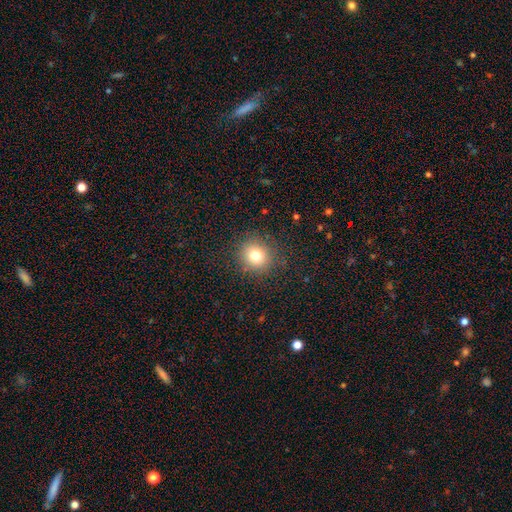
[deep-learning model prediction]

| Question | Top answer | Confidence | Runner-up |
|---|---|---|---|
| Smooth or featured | smooth | 77% | star or artifact (14%) |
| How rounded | round | 89% | in between (10%) |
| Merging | none | 88% | minor disturbance (8%) |